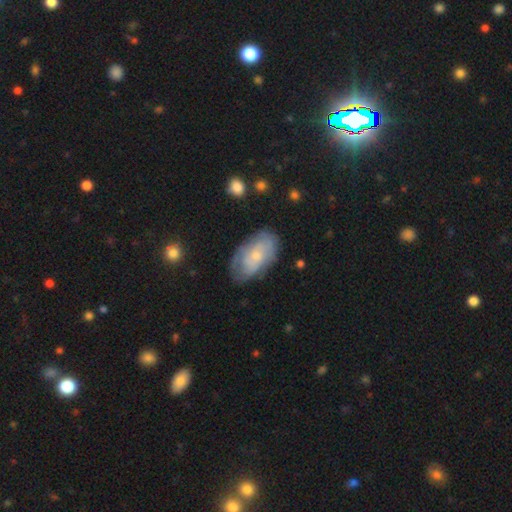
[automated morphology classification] Smooth or featured: featured or disk — 52% (smooth — 41%)
Edge-on disk: no — 93% (yes — 7%)
Merging: none — 69% (minor disturbance — 22%)